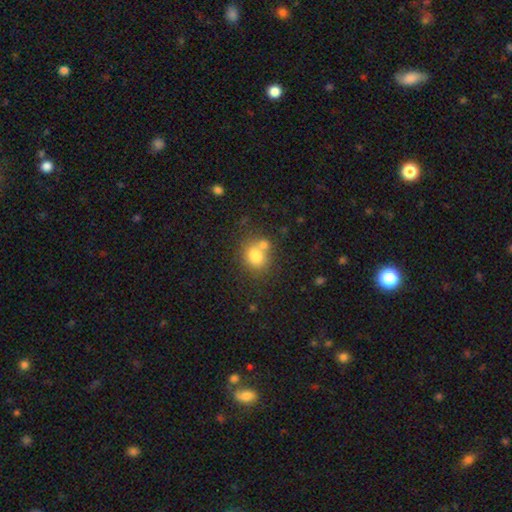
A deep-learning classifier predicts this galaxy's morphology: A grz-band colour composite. It shows a smooth galaxy with no disk features (77%) that is round (71%). Merging: none (53%).